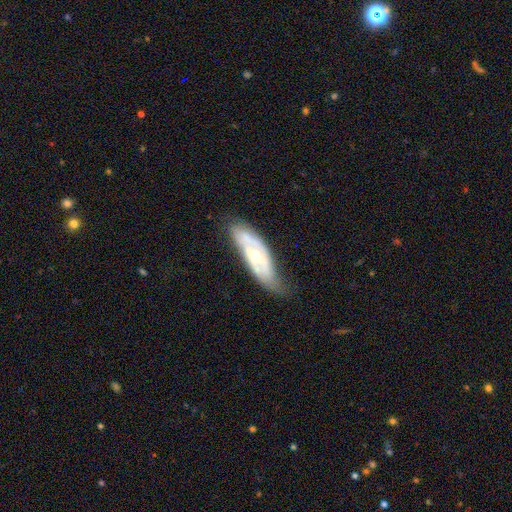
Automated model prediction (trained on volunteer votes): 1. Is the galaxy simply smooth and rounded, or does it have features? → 72% featured or disk, 22% smooth, 6% star or artifact.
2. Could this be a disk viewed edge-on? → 80% no, 20% yes.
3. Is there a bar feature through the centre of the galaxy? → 48% no, 35% weak, 16% strong.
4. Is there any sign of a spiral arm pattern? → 72% yes, 28% no.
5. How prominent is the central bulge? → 50% moderate, 46% small, 2% large, 1% none, 1% dominant.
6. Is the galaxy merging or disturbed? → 64% none, 27% minor disturbance, 8% major disturbance, 2% merger.